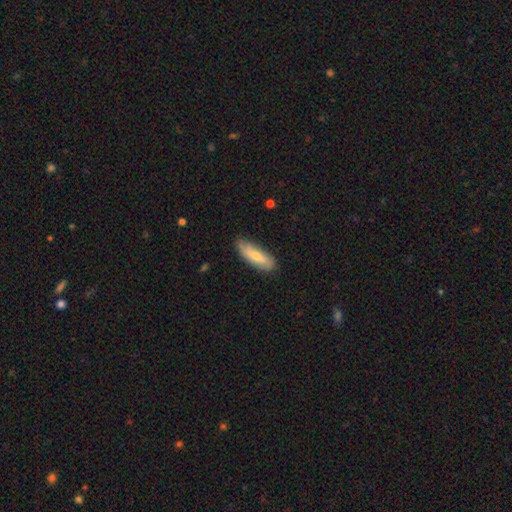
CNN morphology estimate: The model was most divided on "how rounded": in between: 52%, cigar-shaped: 46%, round: 2%. More confident: merging — none (79%); smooth or featured — smooth (61%).